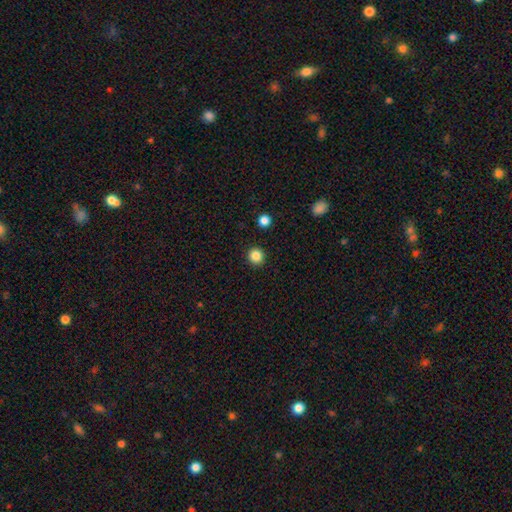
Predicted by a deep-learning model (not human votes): Smooth or featured? smooth (85%)
How rounded? round (95%)
Merging? none (93%)